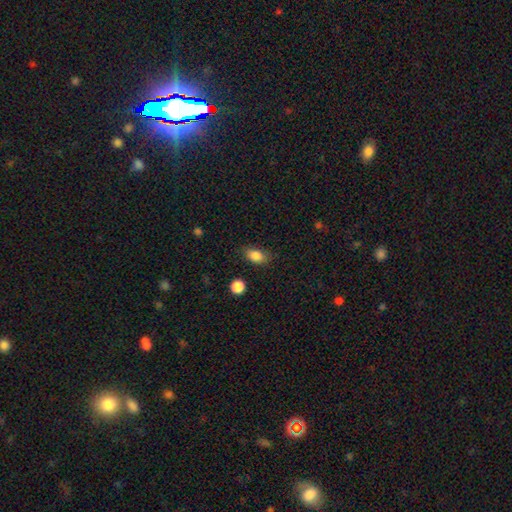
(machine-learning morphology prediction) smooth 85%, star or artifact 9%, featured or disk 6%. Down the decision tree: how rounded — in between (82%); merging — none (81%).